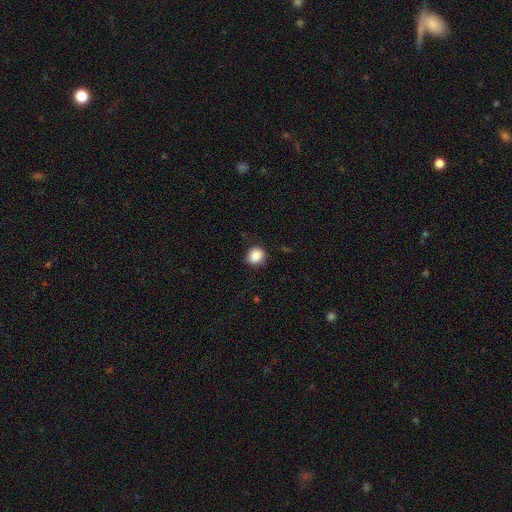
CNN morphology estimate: Smooth or featured?
  - smooth: 88% *
  - star or artifact: 9%
  - featured or disk: 3%
How rounded?
  - round: 72% *
  - in between: 27%
  - cigar-shaped: 1%
Merging?
  - none: 84% *
  - minor disturbance: 12%
  - major disturbance: 3%
  - merger: 1%